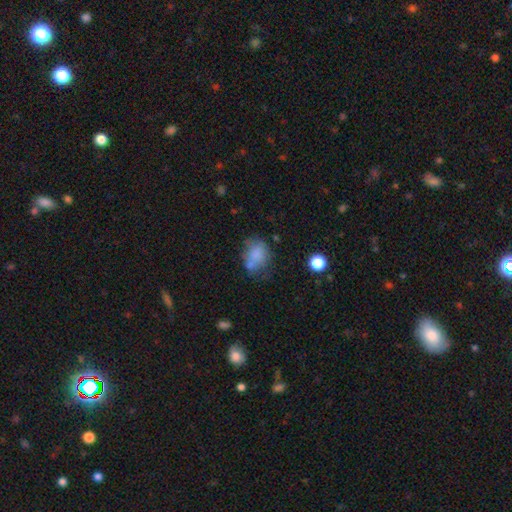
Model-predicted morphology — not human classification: A smooth galaxy with no disk features (71%) that is in between round and cigar-shaped (56%).

Vote fractions:
- Smooth or featured? smooth: 71% / featured or disk: 18% / star or artifact: 11%
- How rounded? in between: 56% / round: 43% / cigar-shaped: 1%
- Merging? none: 44% / minor disturbance: 26% / merger: 15% / major disturbance: 15%